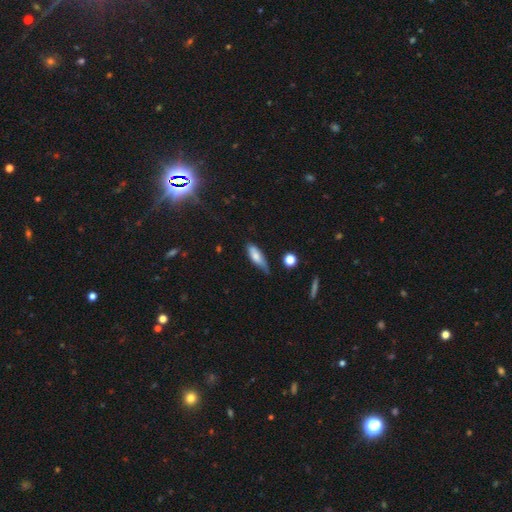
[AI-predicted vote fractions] A smooth galaxy with no disk features (73%) that is in between round and cigar-shaped (60%).

Vote fractions:
- Smooth or featured? smooth: 73% / featured or disk: 20% / star or artifact: 7%
- How rounded? in between: 60% / cigar-shaped: 37% / round: 3%
- Merging? none: 44% / minor disturbance: 43% / major disturbance: 10% / merger: 3%